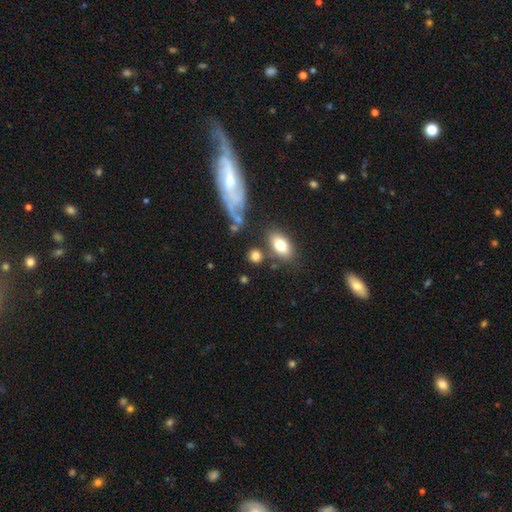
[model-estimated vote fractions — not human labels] Overall: smooth (78%). How rounded: in between (49%; round 47%). Merging: none (69%).